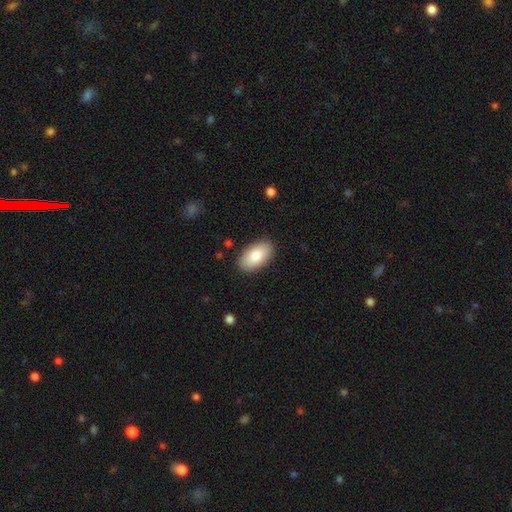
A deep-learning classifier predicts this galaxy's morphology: The model was most divided on "smooth or featured": smooth: 84%, featured or disk: 10%, star or artifact: 6%. More confident: how rounded — in between (95%); merging — none (87%).